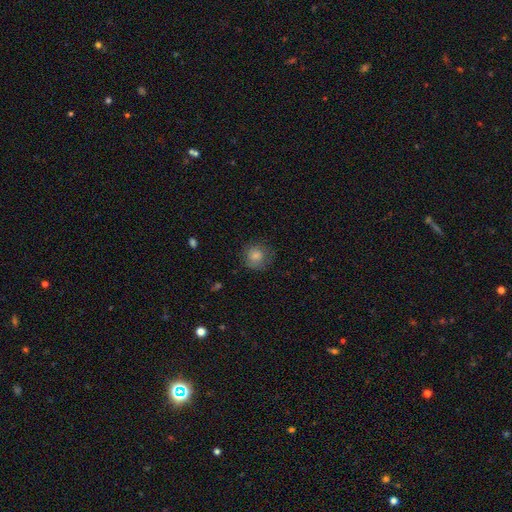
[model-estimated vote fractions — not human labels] Overall: smooth (80%). How rounded: round (85%). Merging: none (72%).